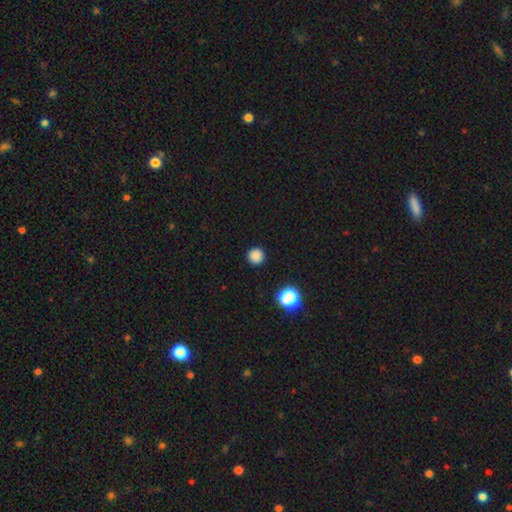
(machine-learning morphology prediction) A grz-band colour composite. It shows a smooth galaxy with no disk features (85%) that is round (95%). Merging: none (92%).